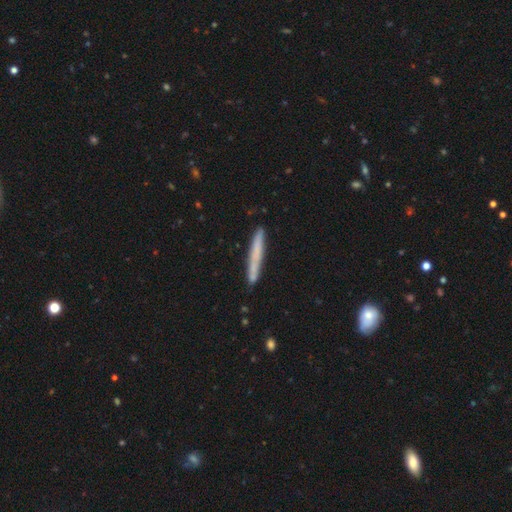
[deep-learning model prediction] The model was most divided on "smooth or featured": smooth: 63%, featured or disk: 30%, star or artifact: 7%. More confident: how rounded — cigar-shaped (96%); merging — none (86%).